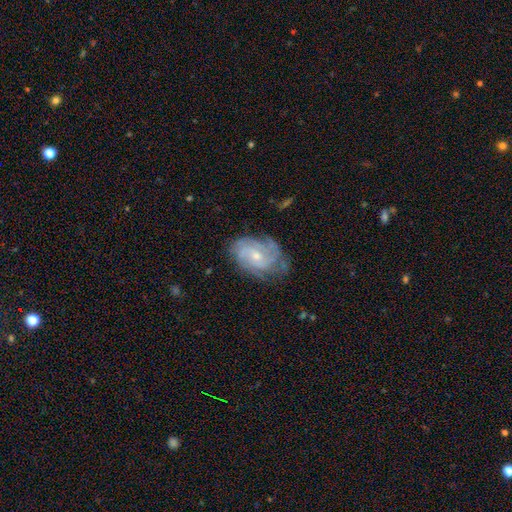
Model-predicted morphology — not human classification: A featured or disk galaxy (80%) with no bar (63%), tight (52%) spiral arms (94%) and a small central bulge (56%).

Vote fractions:
- Smooth or featured? featured or disk: 80% / smooth: 14% / star or artifact: 7%
- Edge-on disk? no: 97% / yes: 3%
- Bar? no: 63% / weak: 33% / strong: 5%
- Spiral arms? yes: 94% / no: 6%
- Spiral winding? tight: 52% / medium: 36% / loose: 12%
- Spiral arm count? can't tell: 33% / 3: 22% / 4: 19% / 2: 14% / more than 4: 6% / 1: 5%
- Bulge size? small: 56% / moderate: 39% / none: 2% / large: 2% / dominant: 1%
- Merging? none: 68% / minor disturbance: 22% / major disturbance: 9% / merger: 1%